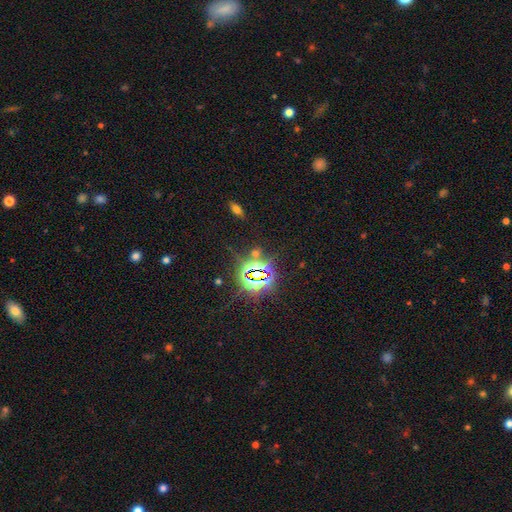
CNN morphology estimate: A star or artifact, not a galaxy (79%).

Vote fractions:
- Smooth or featured? star or artifact: 79% / smooth: 13% / featured or disk: 9%